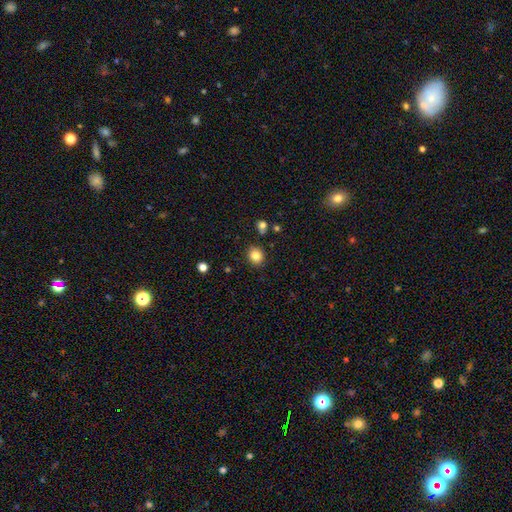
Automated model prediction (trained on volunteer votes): A smooth galaxy with no disk features (83%) that is round (75%). Merging: none (86%).